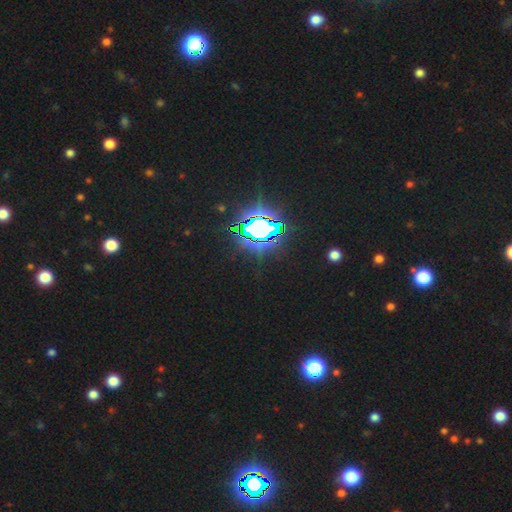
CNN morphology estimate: Smooth or featured? star or artifact (84%)